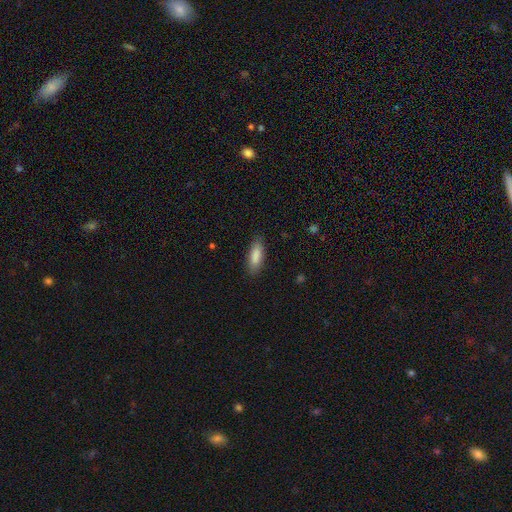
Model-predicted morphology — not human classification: smooth 87%, featured or disk 7%, star or artifact 6%. Down the decision tree: how rounded — in between (64%); merging — none (86%).